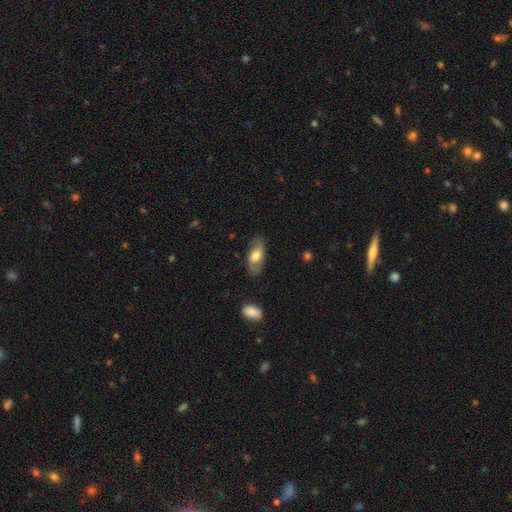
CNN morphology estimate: Smooth or featured: smooth — 50% (featured or disk — 44%)
How rounded: in between — 86% (cigar-shaped — 9%)
Merging: none — 75% (minor disturbance — 18%)